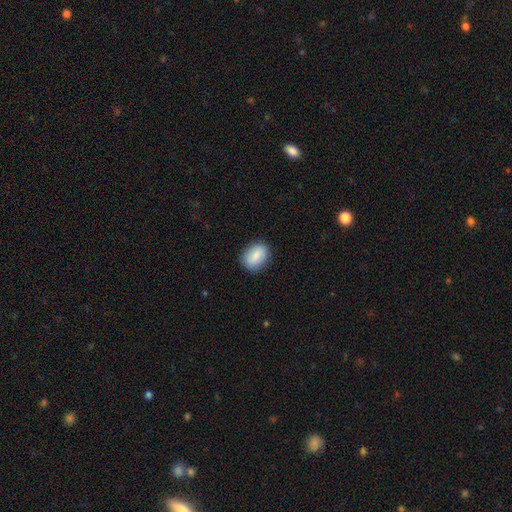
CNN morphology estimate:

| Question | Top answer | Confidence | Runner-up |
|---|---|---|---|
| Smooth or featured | smooth | 85% | featured or disk (8%) |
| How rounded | in between | 71% | round (28%) |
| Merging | none | 85% | minor disturbance (11%) |